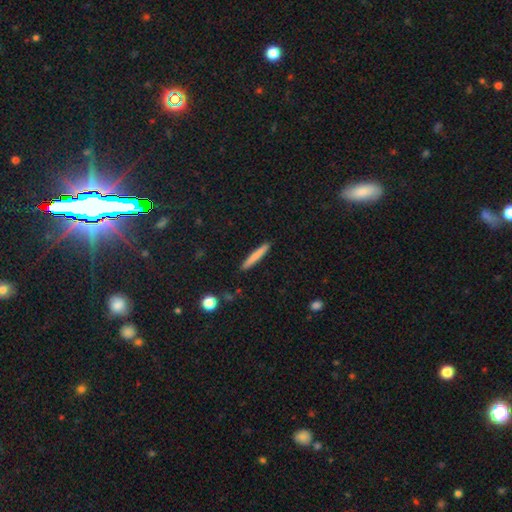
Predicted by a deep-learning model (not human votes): The model was most divided on "smooth or featured": smooth: 74%, featured or disk: 20%, star or artifact: 6%. More confident: how rounded — cigar-shaped (95%); merging — none (91%).